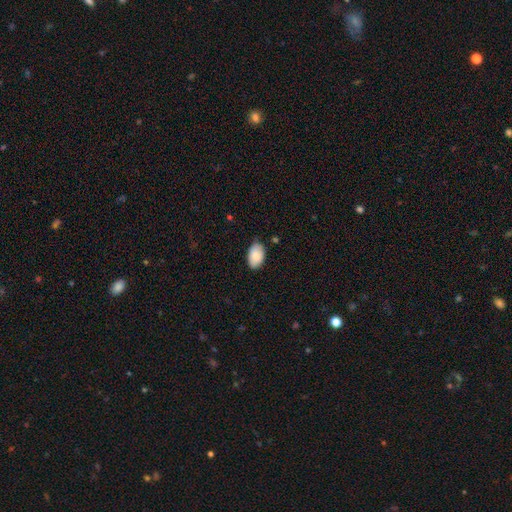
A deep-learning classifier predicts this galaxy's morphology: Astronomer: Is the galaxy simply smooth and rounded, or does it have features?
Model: smooth — 88%.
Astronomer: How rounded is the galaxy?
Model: in between — 93%.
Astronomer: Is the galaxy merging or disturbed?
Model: none — 79%.